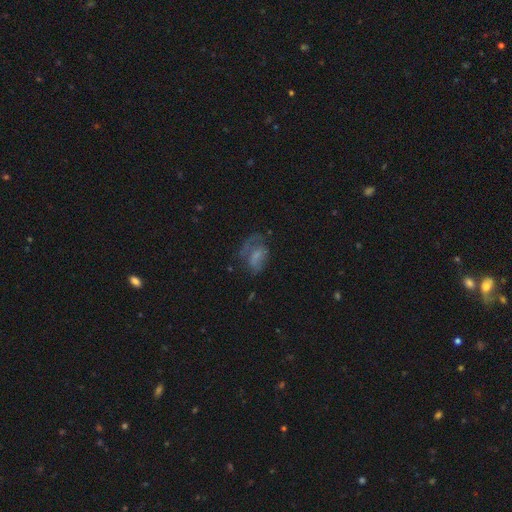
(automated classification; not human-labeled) smooth-or-featured: smooth: 44% | featured or disk: 43% | star or artifact: 13%
  merging: major disturbance: 39% | none: 36% | minor disturbance: 22% | merger: 3%